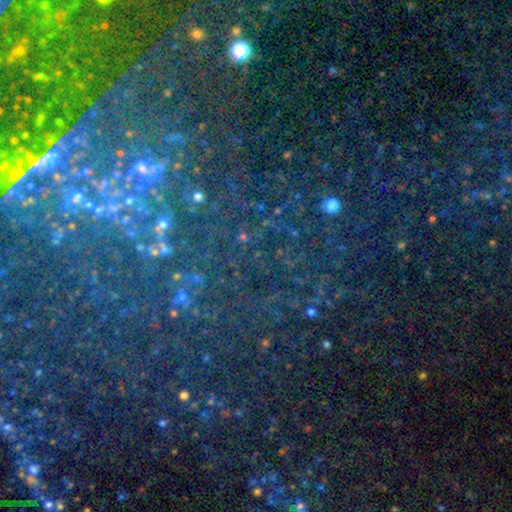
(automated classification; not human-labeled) Morphology: type=star or artifact (76%).